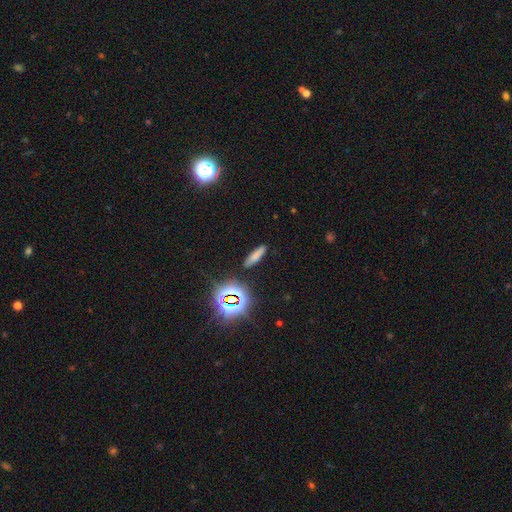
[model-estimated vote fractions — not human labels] A smooth galaxy with no disk features (69%) that is cigar-shaped (76%).

Vote fractions:
- Smooth or featured? smooth: 69% / star or artifact: 20% / featured or disk: 11%
- How rounded? cigar-shaped: 76% / in between: 20% / round: 4%
- Merging? none: 87% / minor disturbance: 8% / major disturbance: 3% / merger: 2%